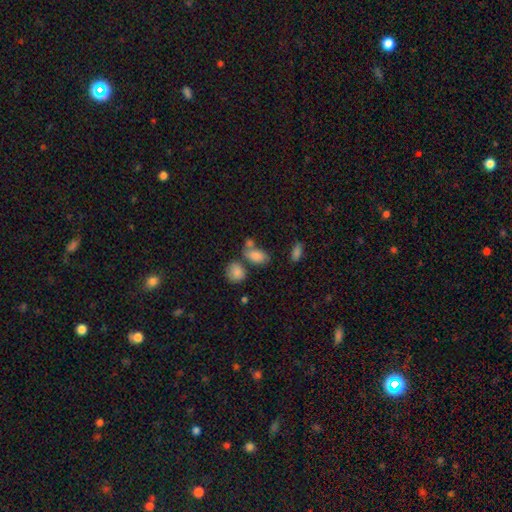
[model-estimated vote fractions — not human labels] Overall: smooth (83%). How rounded: in between (87%). Merging: none (49%; merger 30%).